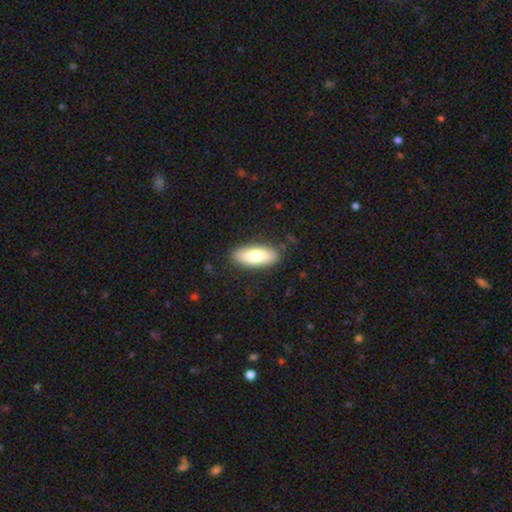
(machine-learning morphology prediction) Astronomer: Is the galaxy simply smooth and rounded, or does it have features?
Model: smooth — 74%.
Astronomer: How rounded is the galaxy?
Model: in between — 76%.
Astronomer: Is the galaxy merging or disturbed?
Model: none — 86%.